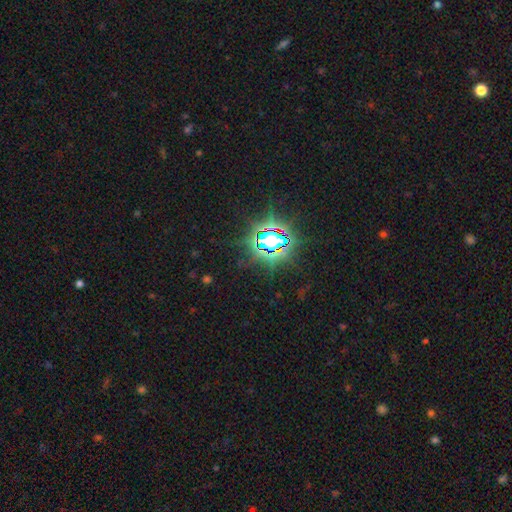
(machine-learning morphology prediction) The model was most divided on "smooth or featured": star or artifact: 81%, smooth: 10%, featured or disk: 8%.